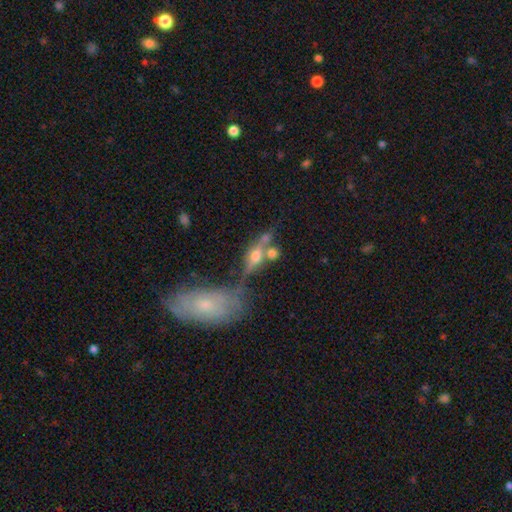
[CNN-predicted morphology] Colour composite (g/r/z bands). It shows a featured or disk galaxy (57%) viewed edge-on (76%). Merging: none (51%).